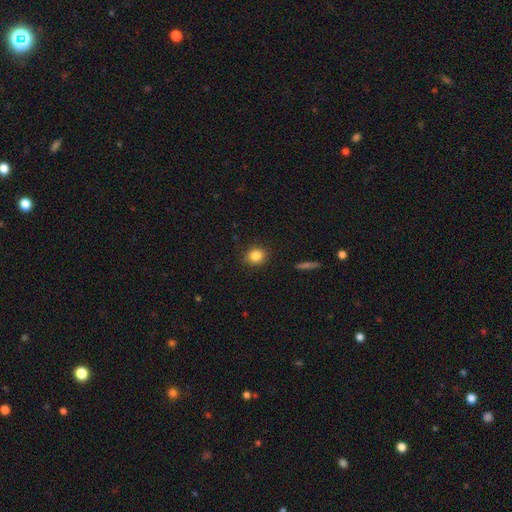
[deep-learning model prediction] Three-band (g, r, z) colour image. It shows a smooth galaxy with no disk features (84%) that is round (80%). Merging: none (89%).